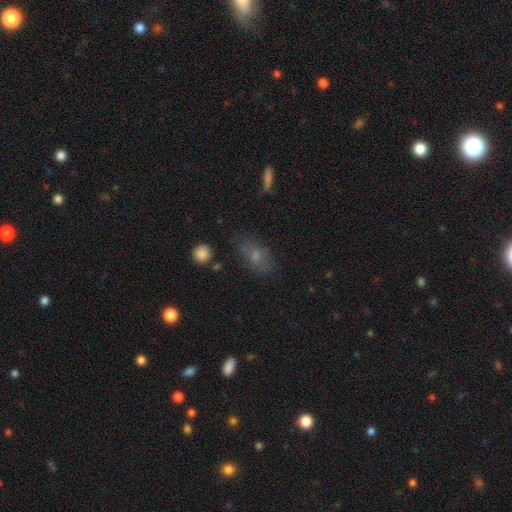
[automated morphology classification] smooth 65%, featured or disk 22%, star or artifact 14%. Down the decision tree: how rounded — in between (83%); merging — none (71%).